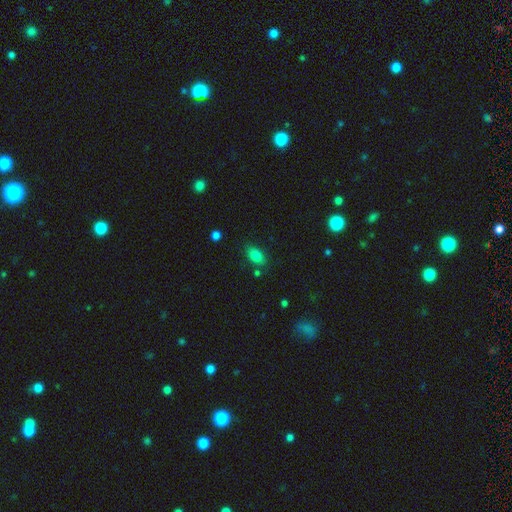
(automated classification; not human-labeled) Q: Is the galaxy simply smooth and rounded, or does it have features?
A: smooth — 82%.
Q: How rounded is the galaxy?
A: in between — 87%.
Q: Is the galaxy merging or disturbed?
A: none — 80%.